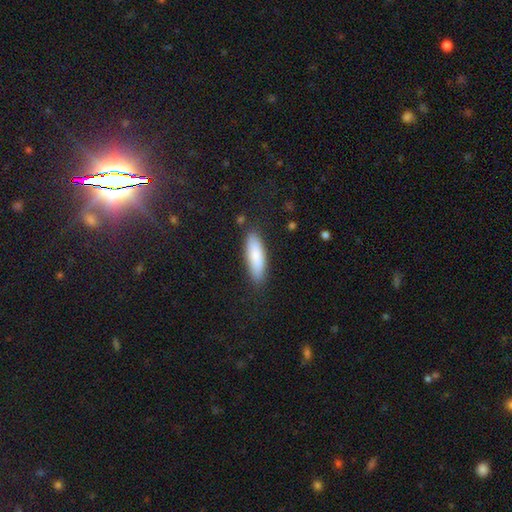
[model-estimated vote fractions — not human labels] A smooth galaxy with no disk features (83%) that is cigar-shaped (52%). Merging: none (84%).